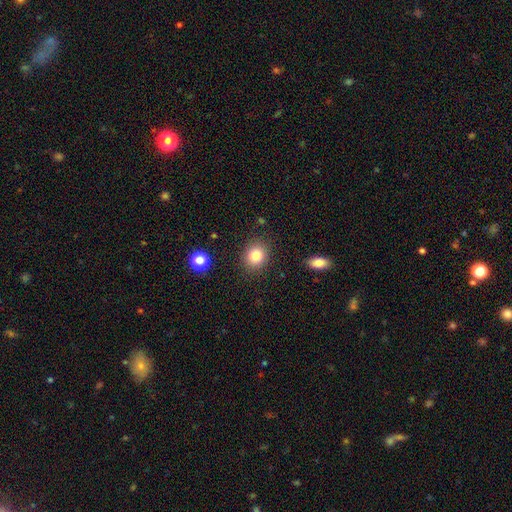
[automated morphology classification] A smooth galaxy with no disk features (82%) that is round (72%). Merging: none (87%).